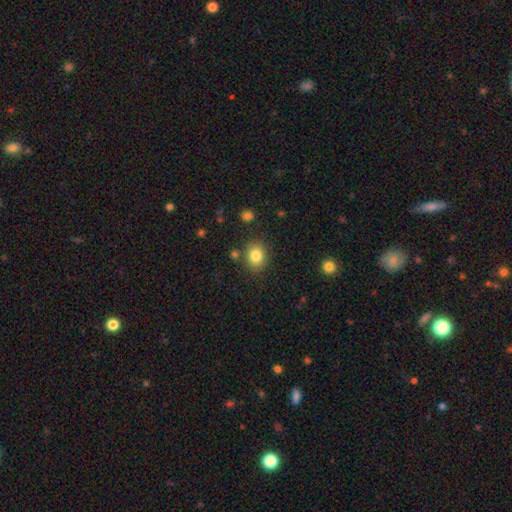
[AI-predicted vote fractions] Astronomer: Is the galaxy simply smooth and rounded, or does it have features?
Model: smooth — 83%.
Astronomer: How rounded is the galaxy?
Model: round — 56% (runner-up: in between, 43%).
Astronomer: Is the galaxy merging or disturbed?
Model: none — 83%.